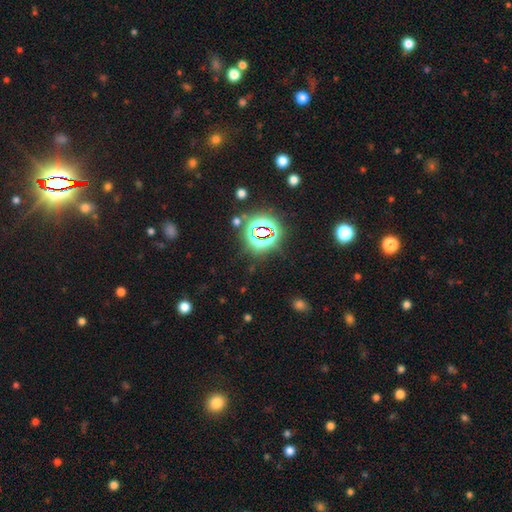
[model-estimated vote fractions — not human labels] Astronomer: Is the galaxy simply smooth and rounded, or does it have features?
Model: star or artifact — 81%.